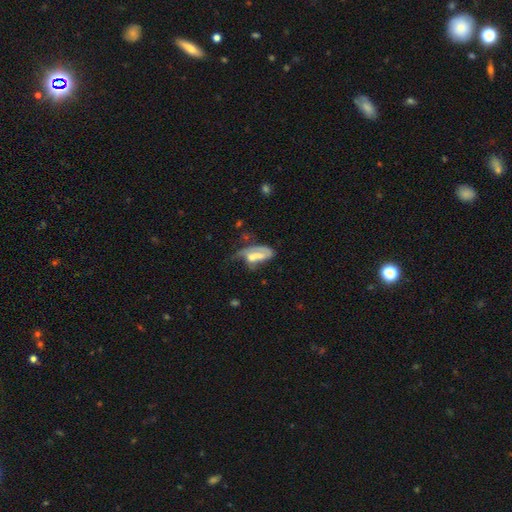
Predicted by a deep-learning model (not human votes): The model was most divided on "merging": major disturbance: 37%, merger: 25%, none: 19%, minor disturbance: 18%. More confident: edge-on disk — no (92%); smooth or featured — featured or disk (52%).